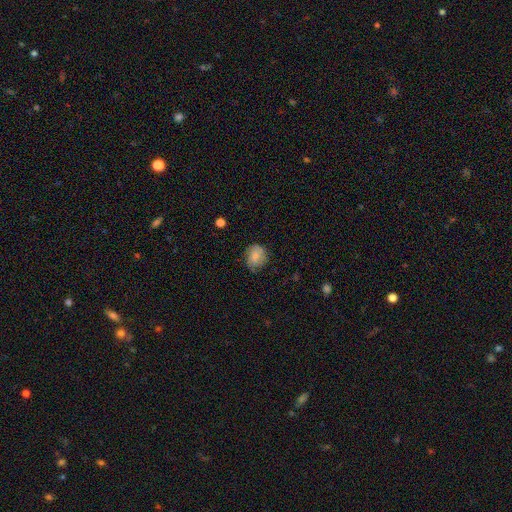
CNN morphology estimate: Q: Smooth or featured?
A: smooth (75%); runner-up: featured or disk (17%)
Q: How rounded?
A: round (66%); runner-up: in between (33%)
Q: Merging?
A: none (67%); runner-up: minor disturbance (25%)